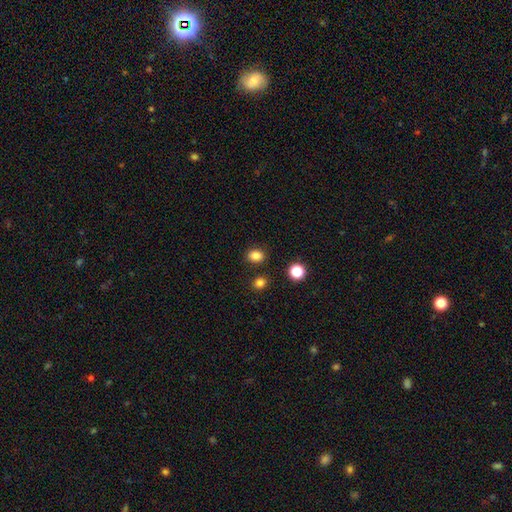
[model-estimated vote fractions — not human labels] Morphology: type=smooth (84%); roundness=round (53%); merging=none (85%).